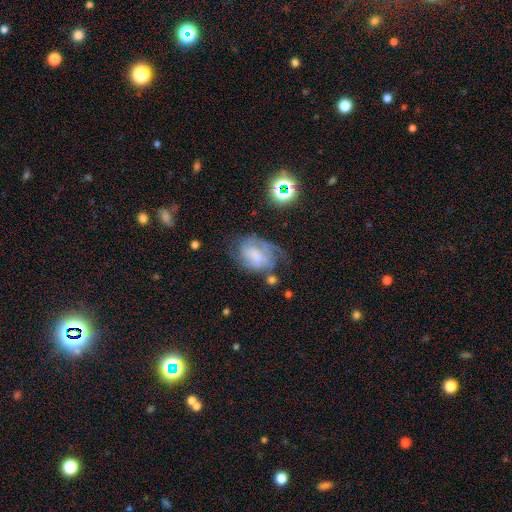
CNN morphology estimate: A featured or disk galaxy (63%) with no bar (54%), spiral arms (80%) and no central bulge (33%). Merging: none (42%).